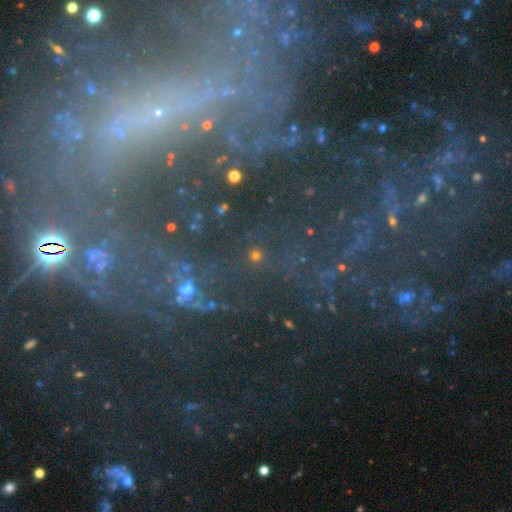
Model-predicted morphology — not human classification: A smooth galaxy with no disk features (47%). Merging: none (75%).